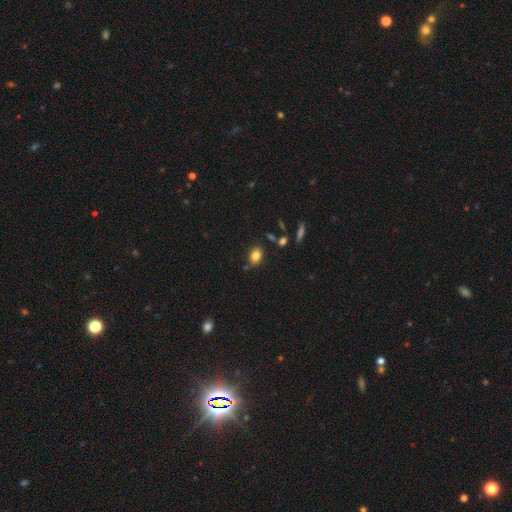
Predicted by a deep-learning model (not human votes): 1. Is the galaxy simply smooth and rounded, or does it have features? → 82% smooth, 10% star or artifact, 8% featured or disk.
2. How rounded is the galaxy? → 66% in between, 33% round, 1% cigar-shaped.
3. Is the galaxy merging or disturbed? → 78% none, 13% minor disturbance, 6% merger, 3% major disturbance.